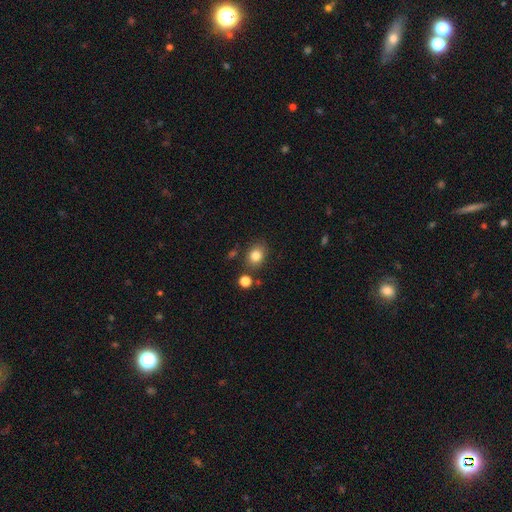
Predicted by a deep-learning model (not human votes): The model was most divided on "how rounded": round: 52%, in between: 47%, cigar-shaped: 1%. More confident: smooth or featured — smooth (82%); merging — none (77%).